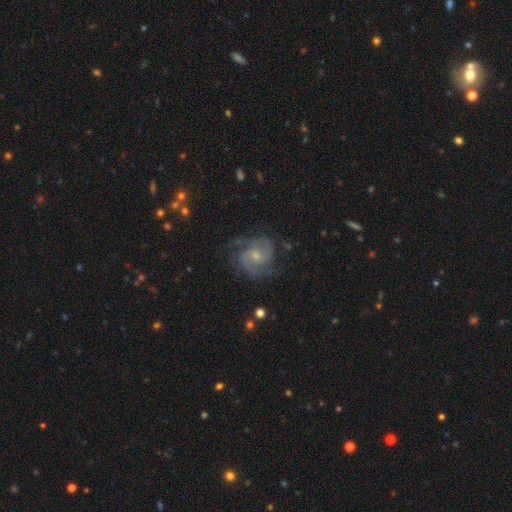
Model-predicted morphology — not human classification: This is clearly a featured or disk galaxy (86%). It is clearly not viewed edge-on (98%). Bar: possibly no (56%). Spiral arm pattern: clearly yes (97%). Spiral arm count: likely 2 (71%). Spiral winding: possibly medium (49%). Central bulge: possibly small (60%). Merging: likely none (73%).